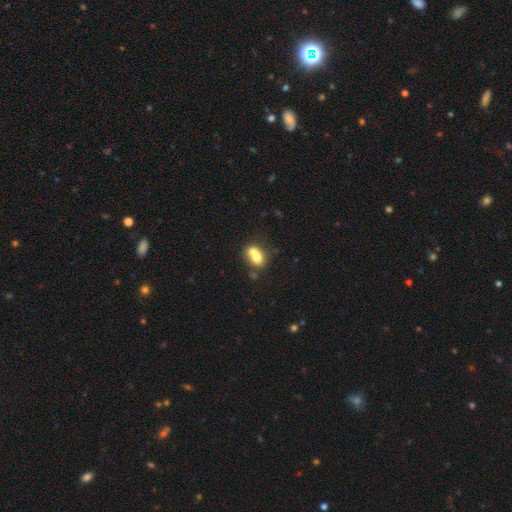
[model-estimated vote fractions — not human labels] Smooth or featured: smooth — 67% (featured or disk — 23%)
How rounded: in between — 52% (round — 47%)
Merging: merger — 65% (none — 24%)